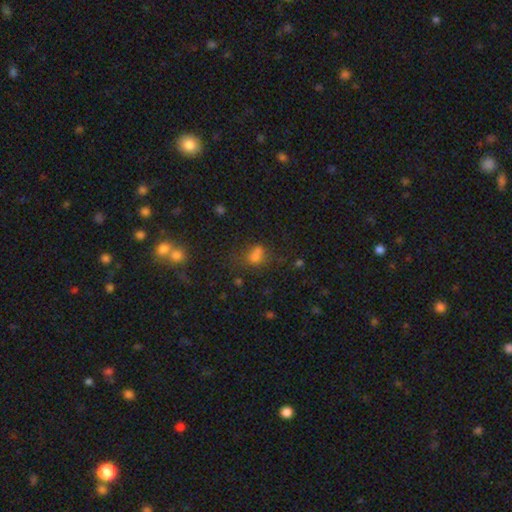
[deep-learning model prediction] smooth-or-featured: smooth: 63% | star or artifact: 24% | featured or disk: 13%
  how-rounded: round: 56% | in between: 42% | cigar-shaped: 2%
  merging: none: 39% | merger: 38% | minor disturbance: 14% | major disturbance: 10%